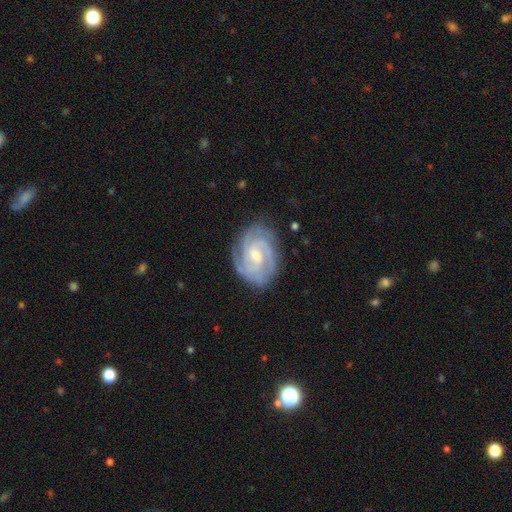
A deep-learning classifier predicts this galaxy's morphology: type=featured or disk (90%); edge-on=no (98%); bar=no (46%); spiral arms=yes (98%); winding=tight (66%); arm count=3 (42%); bulge=small (53%); merging=none (79%).